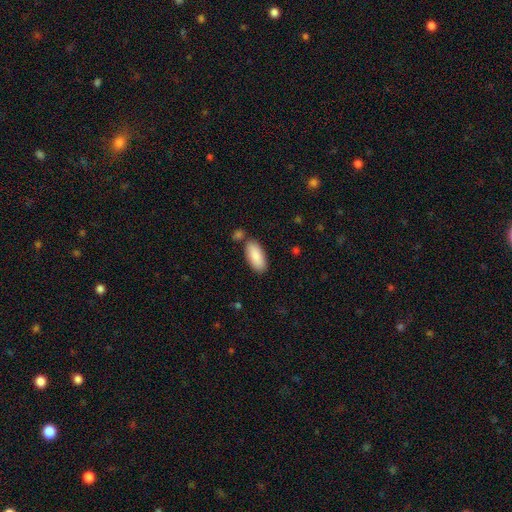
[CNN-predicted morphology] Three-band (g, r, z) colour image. It shows a smooth galaxy with no disk features (88%) that is in between round and cigar-shaped (87%). Merging: none (79%).